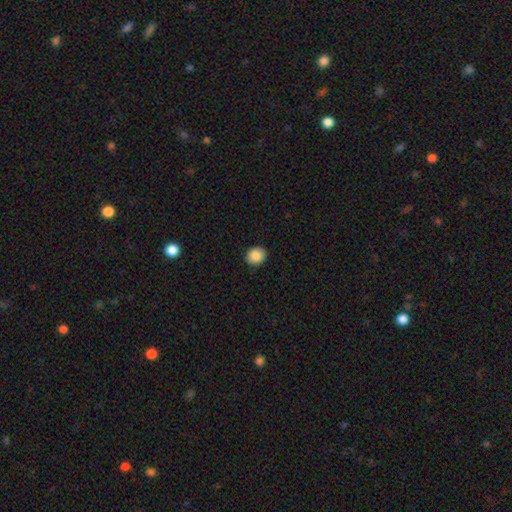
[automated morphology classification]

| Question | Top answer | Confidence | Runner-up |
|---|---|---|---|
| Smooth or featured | smooth | 88% | star or artifact (8%) |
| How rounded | round | 66% | in between (33%) |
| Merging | none | 90% | minor disturbance (7%) |